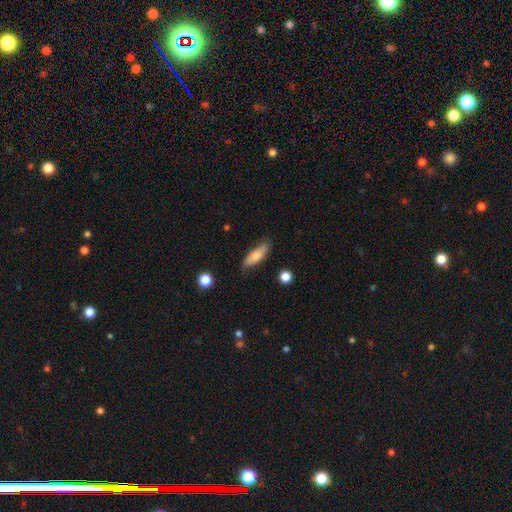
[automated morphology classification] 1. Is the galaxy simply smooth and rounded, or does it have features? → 69% smooth, 24% featured or disk, 6% star or artifact.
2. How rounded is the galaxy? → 55% in between, 42% cigar-shaped, 3% round.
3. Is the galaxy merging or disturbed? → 75% none, 20% minor disturbance, 4% major disturbance, 2% merger.